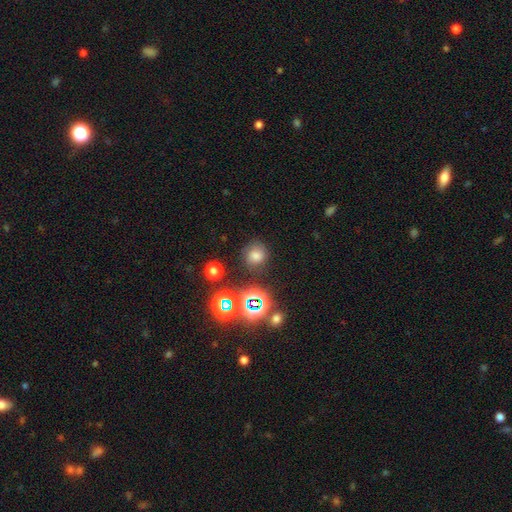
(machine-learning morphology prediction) A smooth galaxy with no disk features (62%) that is round (86%).

Vote fractions:
- Smooth or featured? smooth: 62% / star or artifact: 25% / featured or disk: 12%
- How rounded? round: 86% / in between: 13% / cigar-shaped: 1%
- Merging? none: 77% / minor disturbance: 14% / major disturbance: 6% / merger: 3%